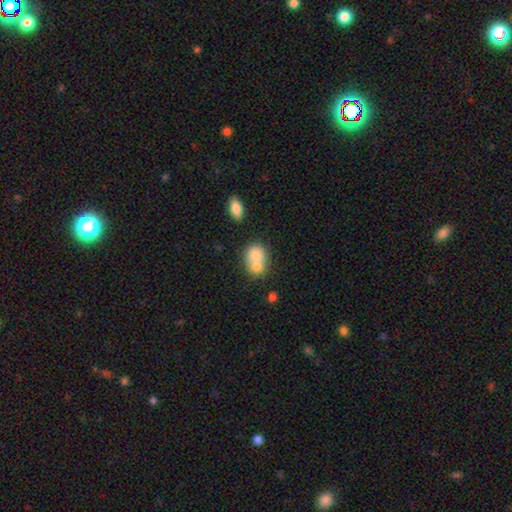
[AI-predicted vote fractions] Smooth or featured?
  - smooth: 76% *
  - featured or disk: 16%
  - star or artifact: 8%
How rounded?
  - round: 52% *
  - in between: 47%
  - cigar-shaped: 1%
Merging?
  - merger: 61% *
  - none: 26%
  - minor disturbance: 9%
  - major disturbance: 4%